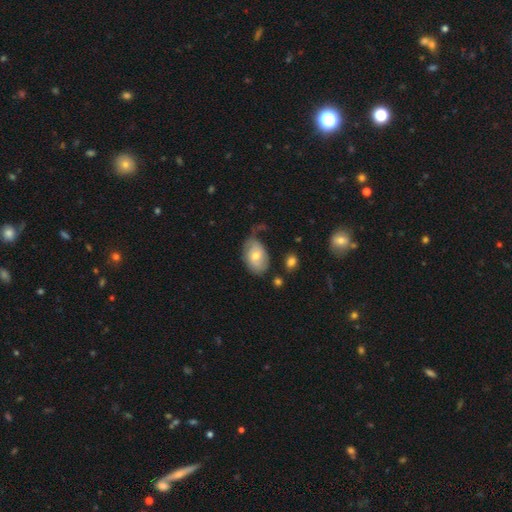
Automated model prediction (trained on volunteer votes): Smooth or featured?
  - smooth: 61% *
  - featured or disk: 32%
  - star or artifact: 7%
How rounded?
  - in between: 86% *
  - round: 13%
  - cigar-shaped: 1%
Merging?
  - none: 55% *
  - minor disturbance: 31%
  - major disturbance: 10%
  - merger: 4%